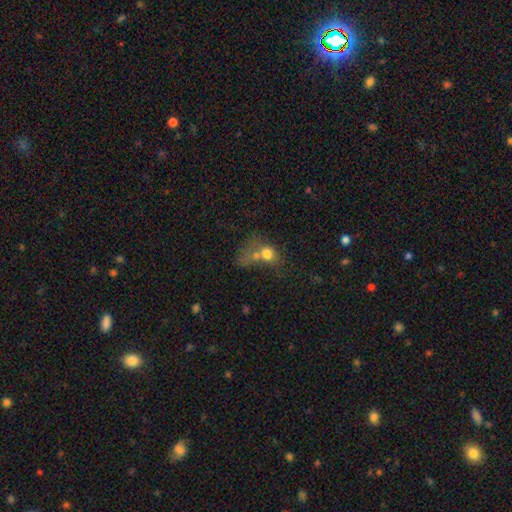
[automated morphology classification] A smooth galaxy with no disk features (48%). Merging: none (31%).